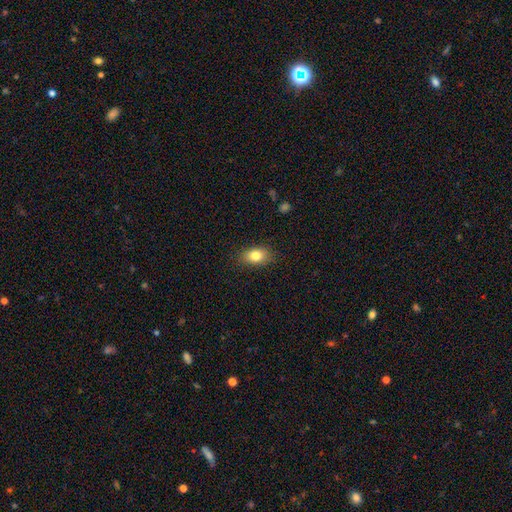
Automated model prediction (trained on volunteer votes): Smooth or featured? smooth (81%)
How rounded? in between (83%)
Merging? none (85%)